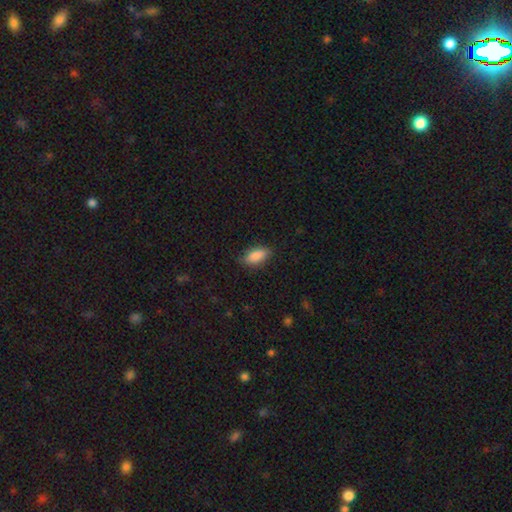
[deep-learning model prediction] This is clearly a smooth galaxy (87%). How rounded: clearly in between (87%). Merging: clearly none (80%).